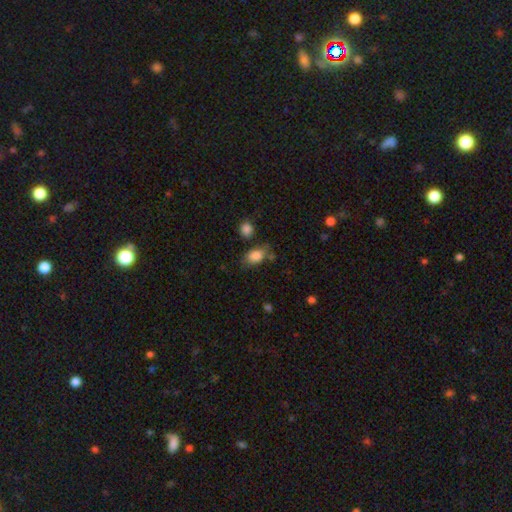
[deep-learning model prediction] Smooth or featured: smooth — 84% (star or artifact — 8%)
How rounded: in between — 81% (round — 17%)
Merging: none — 60% (minor disturbance — 22%)